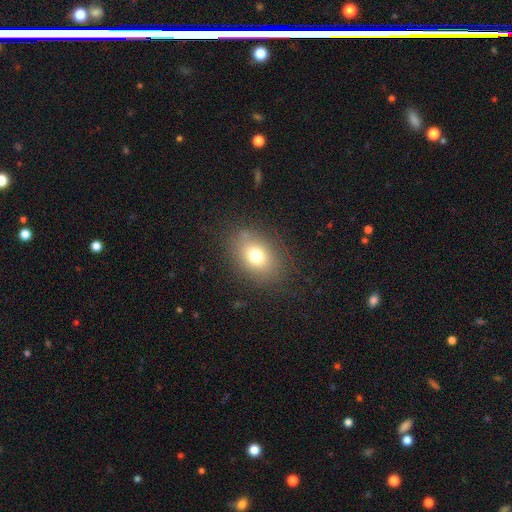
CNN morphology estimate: Smooth or featured? smooth (74%)
How rounded? in between (69%)
Merging? none (81%)